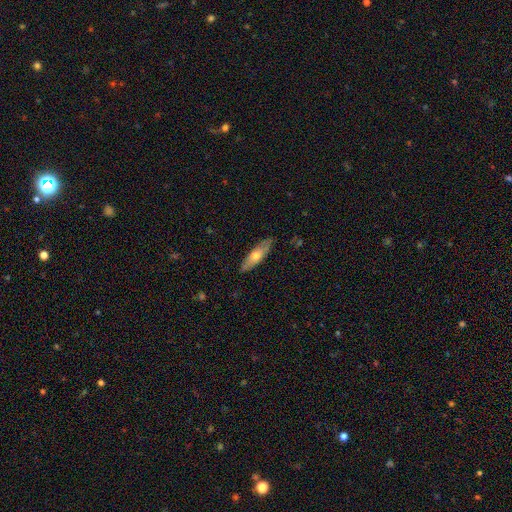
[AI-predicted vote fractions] Smooth or featured? Predicted: smooth (p=0.56). How rounded? Predicted: cigar-shaped (p=0.54). Merging? Predicted: none (p=0.84).